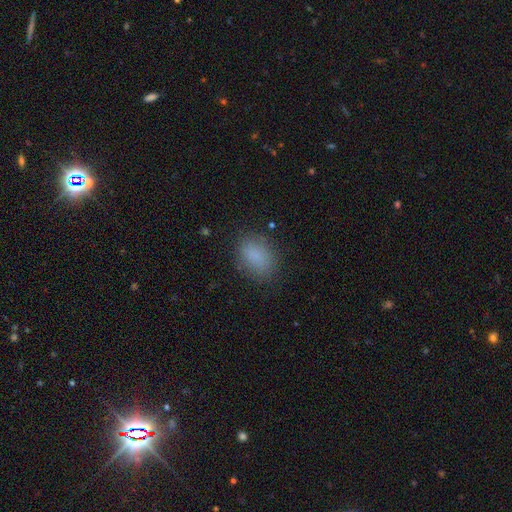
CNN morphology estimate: Smooth or featured: smooth — 84% (star or artifact — 10%)
How rounded: in between — 75% (round — 24%)
Merging: none — 80% (minor disturbance — 14%)